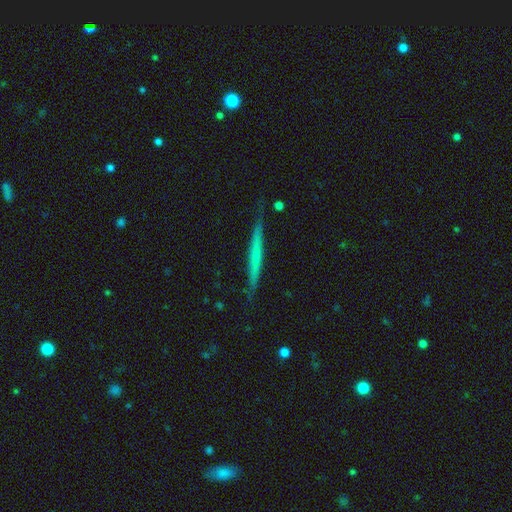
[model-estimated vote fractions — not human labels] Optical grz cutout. It shows a featured or disk galaxy (52%) viewed edge-on (96%) with no central bulge (80%). Merging: none (85%).